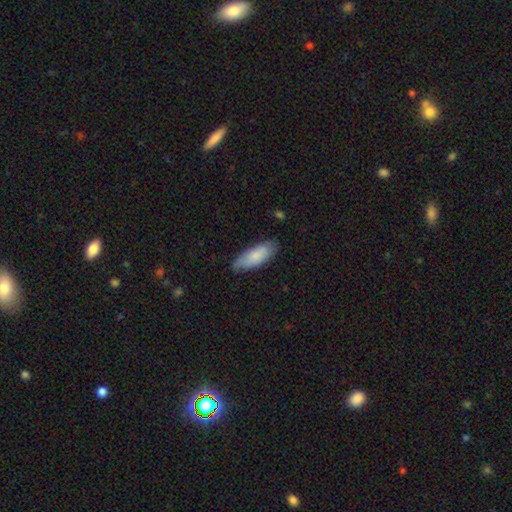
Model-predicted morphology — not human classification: Smooth or featured? Predicted: smooth (p=0.81). How rounded? Predicted: in between (p=0.71). Merging? Predicted: none (p=0.75).